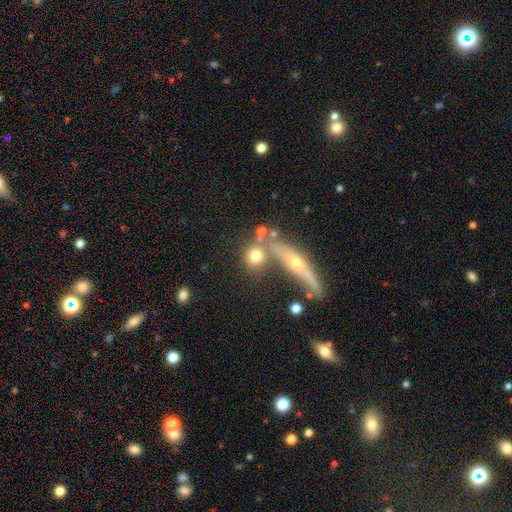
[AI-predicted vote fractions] smooth-or-featured: smooth: 69% | featured or disk: 20% | star or artifact: 11%
  how-rounded: round: 72% | in between: 16% | cigar-shaped: 12%
  merging: none: 61% | merger: 23% | minor disturbance: 11% | major disturbance: 5%